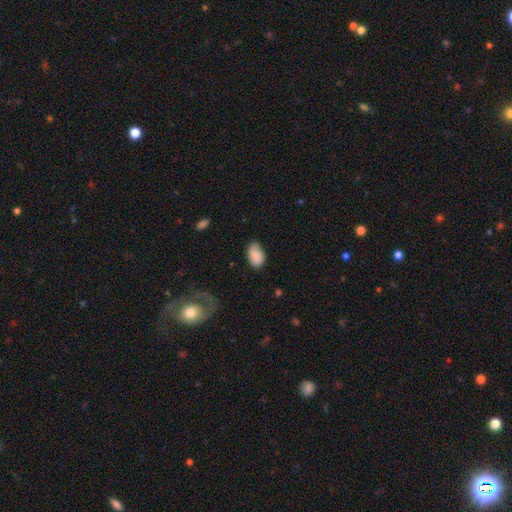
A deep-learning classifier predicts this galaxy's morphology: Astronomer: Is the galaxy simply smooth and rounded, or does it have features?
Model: smooth — 87%.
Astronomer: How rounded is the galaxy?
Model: in between — 92%.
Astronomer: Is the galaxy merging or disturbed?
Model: none — 66%.